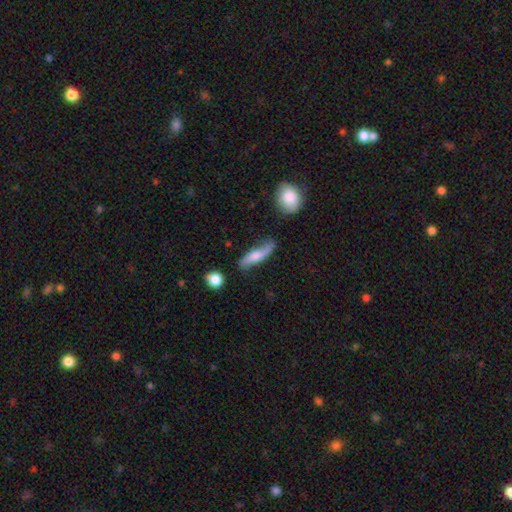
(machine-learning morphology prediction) Smooth or featured? Predicted: smooth (p=0.55). How rounded? Predicted: cigar-shaped (p=0.66). Merging? Predicted: none (p=0.64).